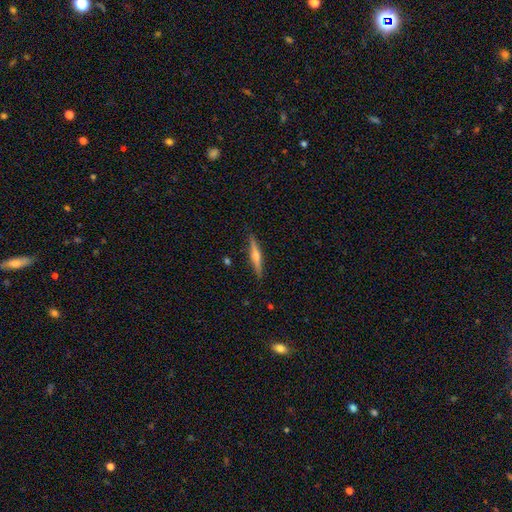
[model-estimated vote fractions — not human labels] Overall: featured or disk (64%; smooth 30%). Edge-on disk: yes (97%). Edge-on bulge: rounded (82%). Merging: none (90%).